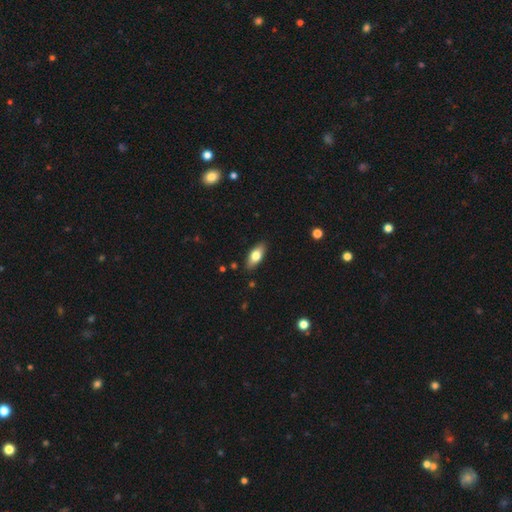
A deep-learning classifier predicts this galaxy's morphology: type=smooth (71%); roundness=in between (83%); merging=none (87%).